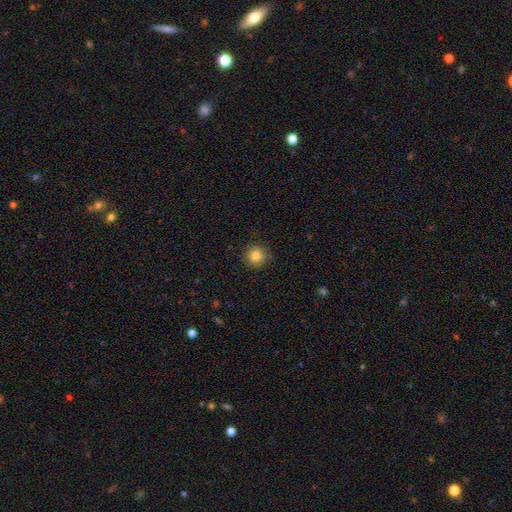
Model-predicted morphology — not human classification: smooth 82%, star or artifact 11%, featured or disk 6%. Down the decision tree: how rounded — round (95%); merging — none (89%).